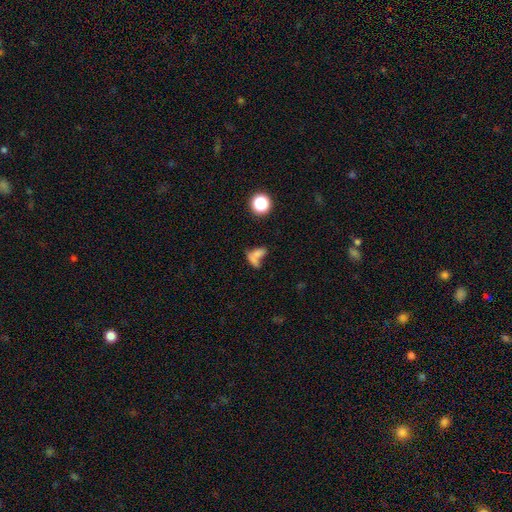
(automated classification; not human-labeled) Morphology: type=smooth (64%); roundness=in between (67%); merging=merger (49%).